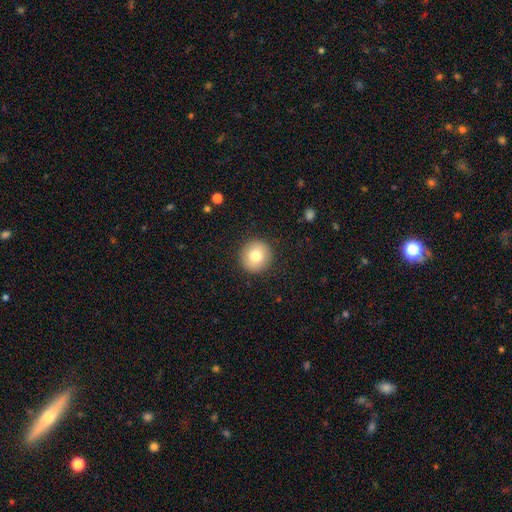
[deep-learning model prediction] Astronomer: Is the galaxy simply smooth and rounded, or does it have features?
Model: smooth — 78%.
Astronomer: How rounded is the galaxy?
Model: round — 94%.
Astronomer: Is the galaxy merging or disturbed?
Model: none — 91%.